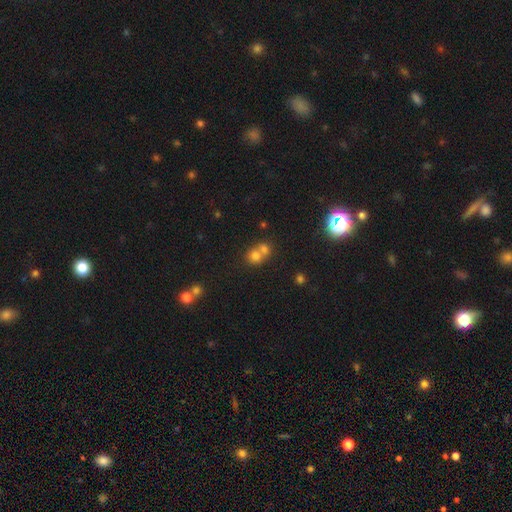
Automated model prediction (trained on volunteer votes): A smooth galaxy with no disk features (71%) that is round (79%).

Vote fractions:
- Smooth or featured? smooth: 71% / star or artifact: 16% / featured or disk: 13%
- How rounded? round: 79% / in between: 20% / cigar-shaped: 1%
- Merging? merger: 57% / none: 35% / minor disturbance: 5% / major disturbance: 2%